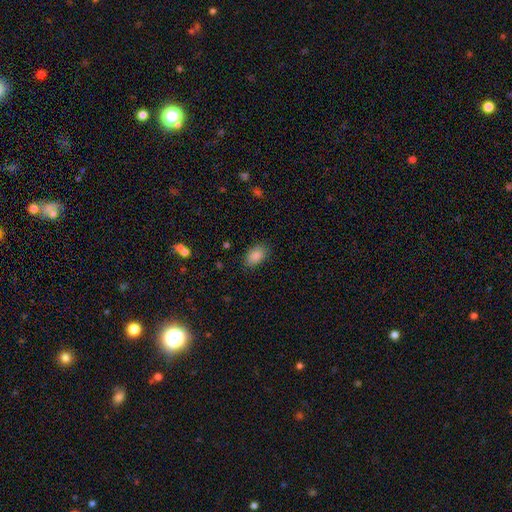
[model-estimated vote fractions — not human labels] Overall: smooth (87%). How rounded: in between (90%). Merging: none (84%).